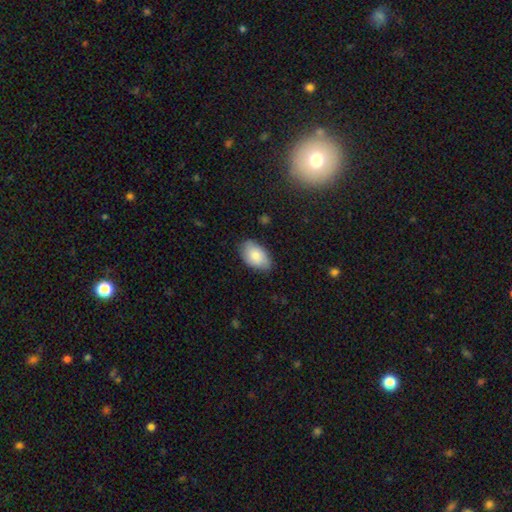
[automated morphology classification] Smooth or featured?
  - smooth: 81% *
  - featured or disk: 13%
  - star or artifact: 6%
How rounded?
  - in between: 92% *
  - round: 6%
  - cigar-shaped: 1%
Merging?
  - none: 77% *
  - minor disturbance: 19%
  - major disturbance: 3%
  - merger: 1%